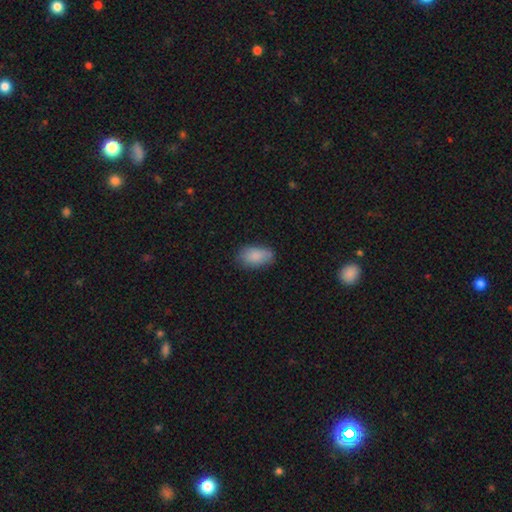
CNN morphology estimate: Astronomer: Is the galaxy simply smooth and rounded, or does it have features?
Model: smooth — 86%.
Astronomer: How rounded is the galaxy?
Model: in between — 92%.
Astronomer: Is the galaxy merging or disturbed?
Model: none — 74%.